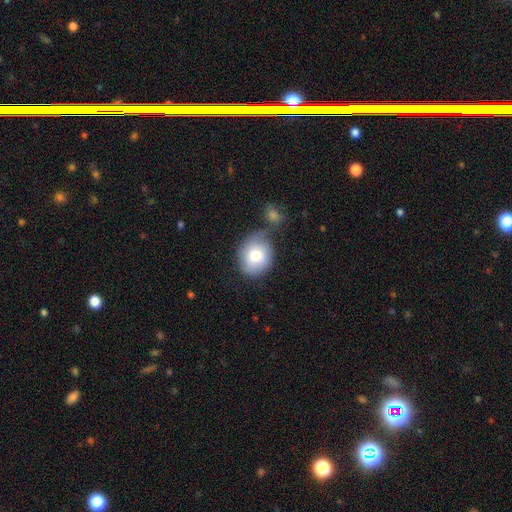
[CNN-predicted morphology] A smooth galaxy with no disk features (79%) that is round (65%). Merging: none (59%).